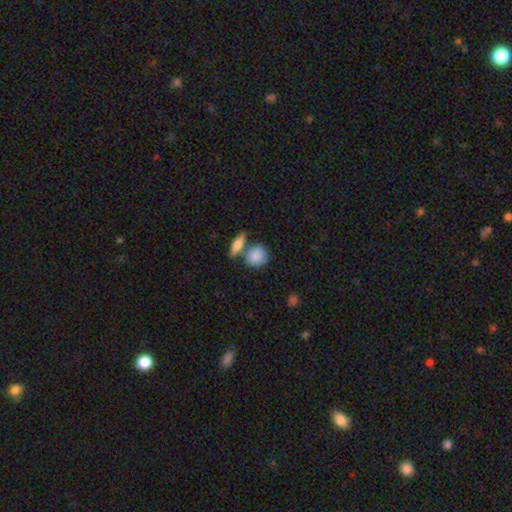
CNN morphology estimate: smooth_or_featured: smooth (p=0.82) [alt: featured or disk p=0.11]
how_rounded: round (p=0.68) [alt: in between p=0.29]
merging: none (p=0.52) [alt: merger p=0.30]